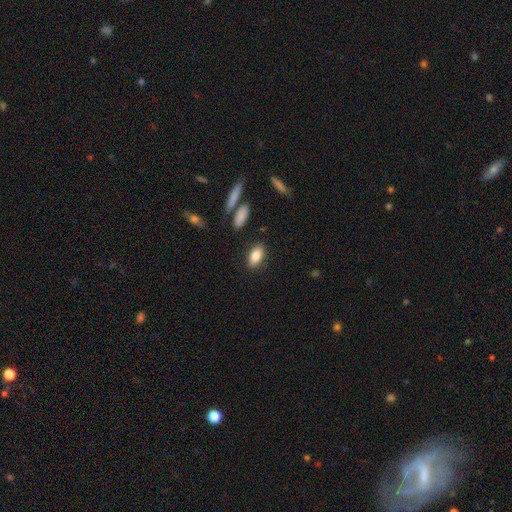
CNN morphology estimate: This appears to be a smooth galaxy with no disk features (85%) that is in between round and cigar-shaped (89%). Merging: none (86%).